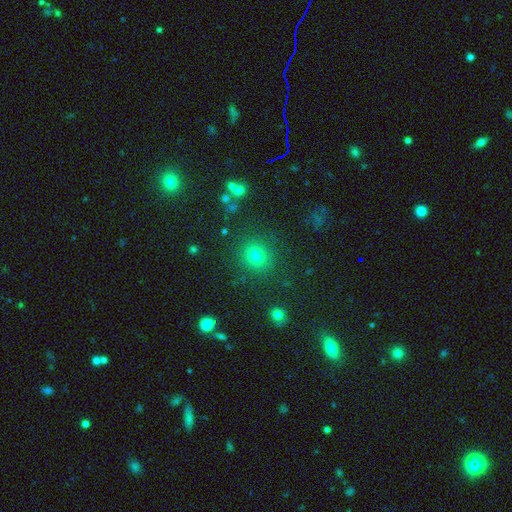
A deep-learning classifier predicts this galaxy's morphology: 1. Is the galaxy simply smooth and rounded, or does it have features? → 76% smooth, 17% star or artifact, 7% featured or disk.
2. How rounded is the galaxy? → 83% round, 16% in between, 1% cigar-shaped.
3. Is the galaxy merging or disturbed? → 85% none, 9% minor disturbance, 4% major disturbance, 3% merger.